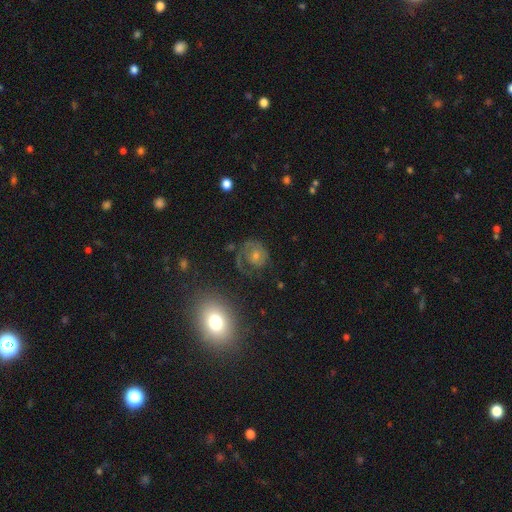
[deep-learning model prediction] Q: Smooth or featured?
A: featured or disk (57%); runner-up: smooth (27%)
Q: Edge-on disk?
A: no (97%); runner-up: yes (3%)
Q: Bar?
A: no (79%); runner-up: weak (17%)
Q: Spiral arms?
A: yes (77%); runner-up: no (23%)
Q: Bulge size?
A: small (51%); runner-up: moderate (40%)
Q: Merging?
A: none (65%); runner-up: minor disturbance (17%)